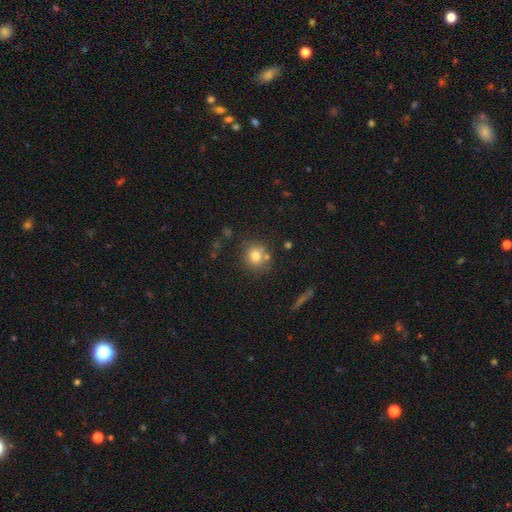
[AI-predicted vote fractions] Morphology: type=smooth (78%); roundness=round (84%); merging=none (71%).